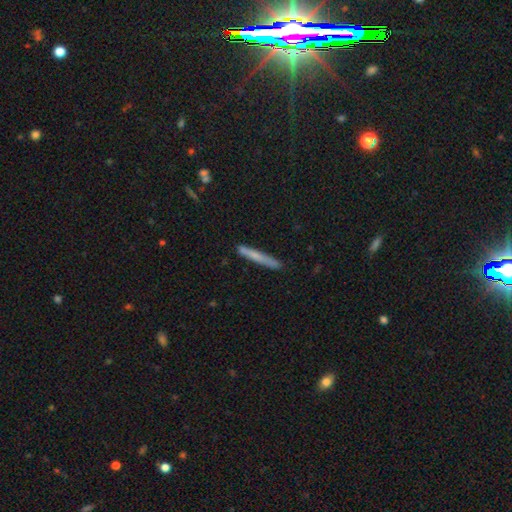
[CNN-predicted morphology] A smooth galaxy with no disk features (64%) that is cigar-shaped (96%).

Vote fractions:
- Smooth or featured? smooth: 64% / featured or disk: 29% / star or artifact: 7%
- How rounded? cigar-shaped: 96% / in between: 3% / round: 1%
- Merging? none: 86% / minor disturbance: 10% / merger: 2% / major disturbance: 2%